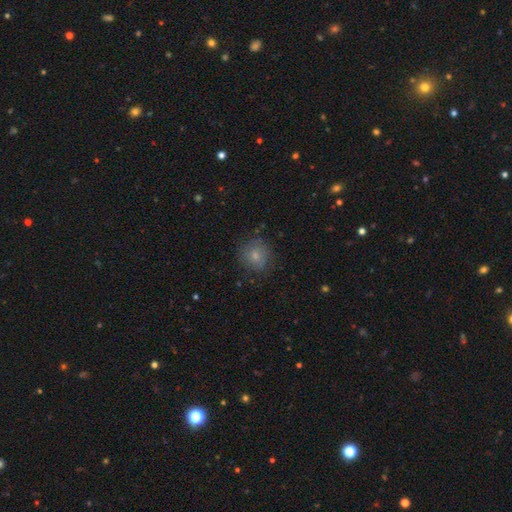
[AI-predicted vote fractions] Overall: smooth (73%). How rounded: round (87%). Merging: none (77%).